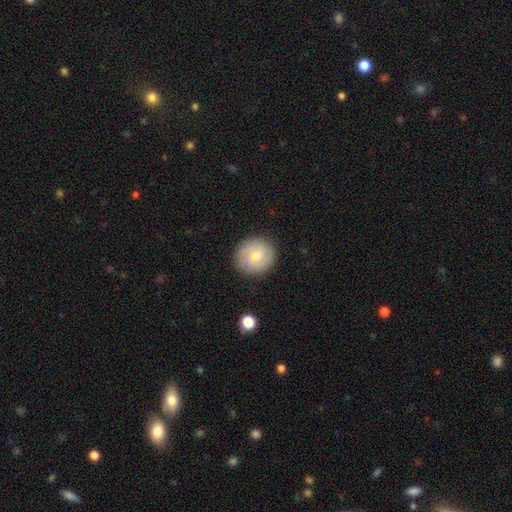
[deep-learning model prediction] A smooth galaxy with no disk features (64%) that is round (90%). Merging: none (88%).